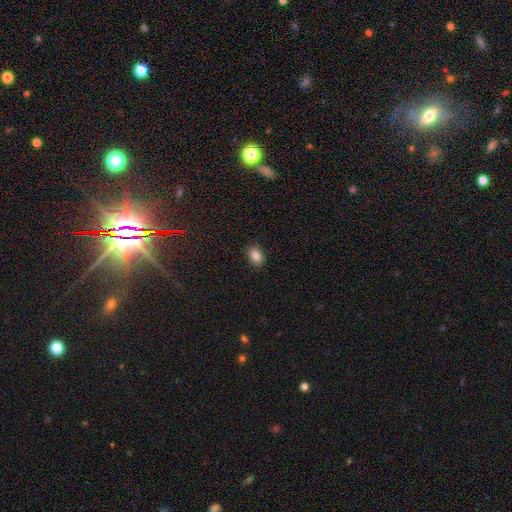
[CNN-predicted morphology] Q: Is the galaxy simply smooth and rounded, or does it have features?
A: smooth — 86%.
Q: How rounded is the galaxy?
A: in between — 78%.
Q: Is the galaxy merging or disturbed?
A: none — 87%.